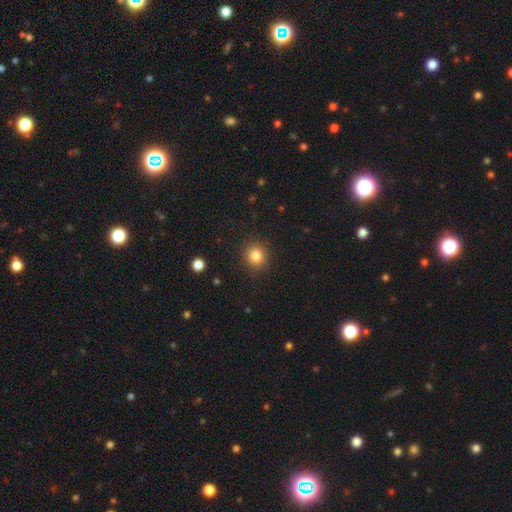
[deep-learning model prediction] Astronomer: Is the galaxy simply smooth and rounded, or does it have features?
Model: smooth — 82%.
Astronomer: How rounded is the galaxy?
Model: round — 90%.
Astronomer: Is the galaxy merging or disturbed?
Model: none — 90%.